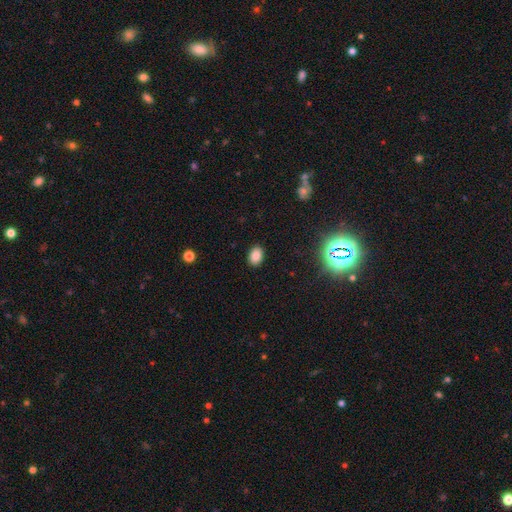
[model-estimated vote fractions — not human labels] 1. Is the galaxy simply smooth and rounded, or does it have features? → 85% smooth, 11% star or artifact, 4% featured or disk.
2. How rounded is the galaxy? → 79% in between, 20% round, 1% cigar-shaped.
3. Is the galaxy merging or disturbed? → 89% none, 7% minor disturbance, 2% major disturbance, 1% merger.